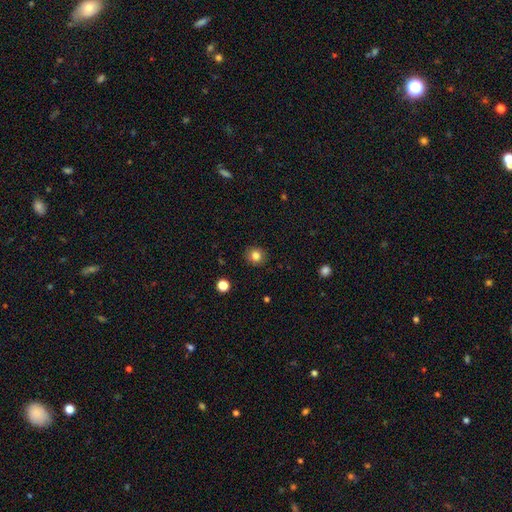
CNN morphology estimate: type=smooth (82%); roundness=round (87%); merging=none (90%).